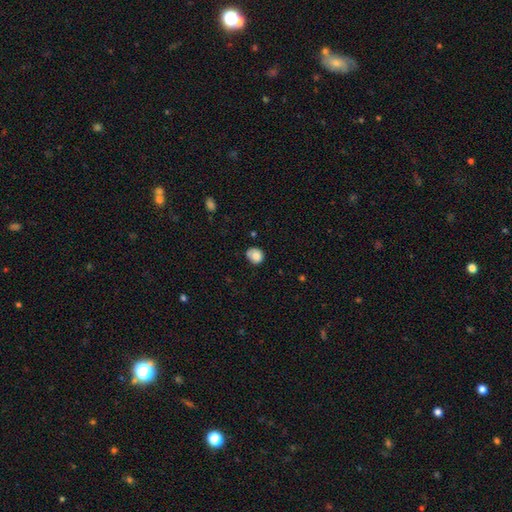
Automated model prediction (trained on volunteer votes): This is clearly a smooth galaxy (83%). How rounded: likely round (68%). Merging: likely none (63%).